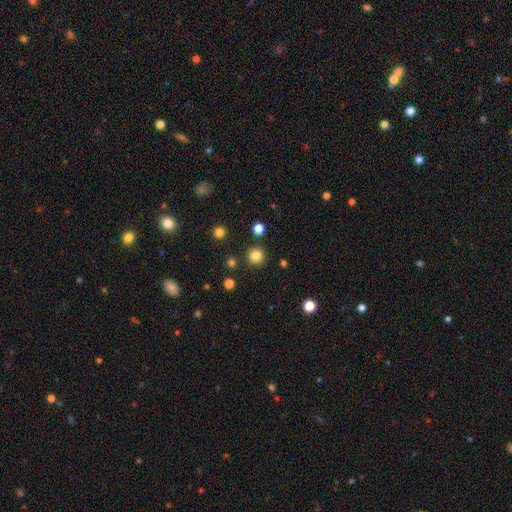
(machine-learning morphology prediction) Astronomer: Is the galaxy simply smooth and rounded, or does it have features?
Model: smooth — 82%.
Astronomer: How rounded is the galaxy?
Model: round — 96%.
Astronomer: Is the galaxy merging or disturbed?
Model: none — 91%.